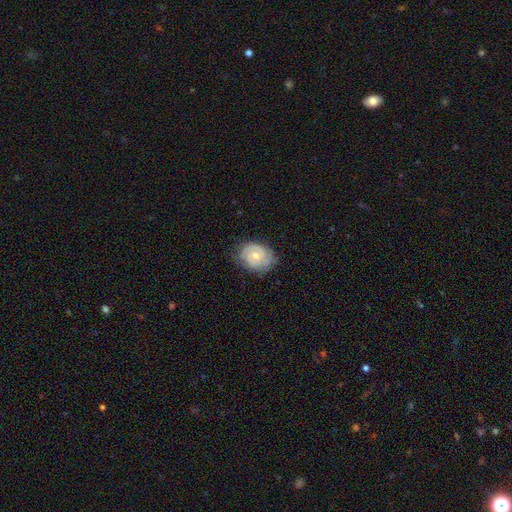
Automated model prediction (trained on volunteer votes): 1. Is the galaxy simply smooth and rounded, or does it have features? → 73% featured or disk, 21% smooth, 6% star or artifact.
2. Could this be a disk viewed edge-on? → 98% no, 2% yes.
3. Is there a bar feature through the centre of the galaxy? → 57% no, 37% weak, 5% strong.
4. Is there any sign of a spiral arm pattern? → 93% yes, 7% no.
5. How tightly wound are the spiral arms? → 62% tight, 31% medium, 7% loose.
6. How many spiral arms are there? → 65% 2, 18% can't tell, 9% 3, 4% 1, 2% 4, 2% more than 4.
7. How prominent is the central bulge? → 52% small, 41% moderate, 4% none, 2% large, 1% dominant.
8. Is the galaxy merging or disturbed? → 74% none, 20% minor disturbance, 5% major disturbance, 1% merger.